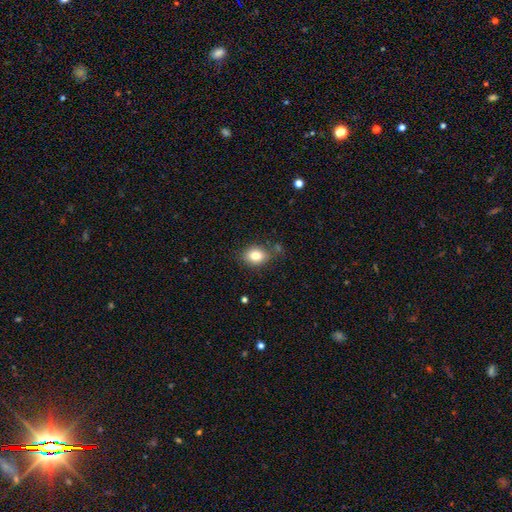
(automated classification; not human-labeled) Morphology: type=smooth (81%); roundness=in between (57%); merging=none (76%).